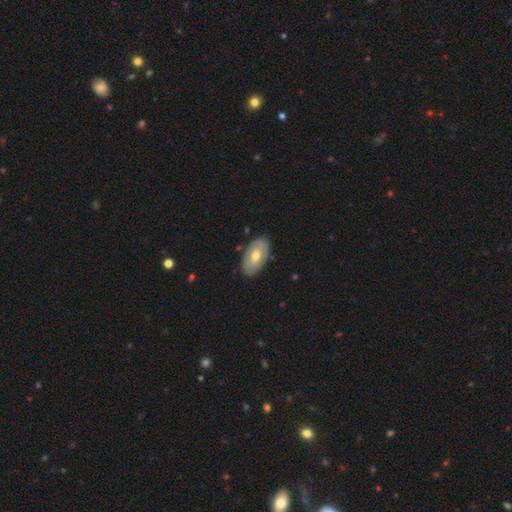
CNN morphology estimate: Overall: smooth (55%; featured or disk 39%). How rounded: in between (93%). Merging: none (85%).